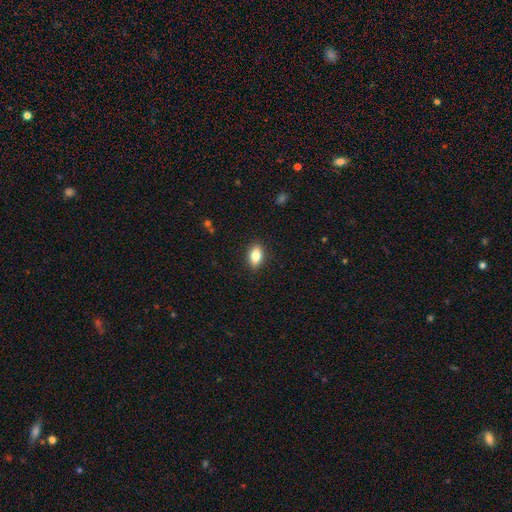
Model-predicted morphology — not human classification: This is clearly a smooth galaxy (81%). How rounded: clearly in between (87%). Merging: clearly none (89%).